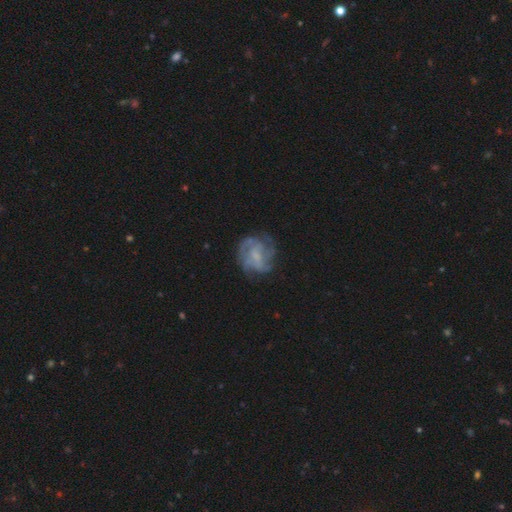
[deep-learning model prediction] Smooth or featured? Predicted: featured or disk (p=0.69). Edge-on disk? Predicted: no (p=0.98). Bar? Predicted: no (p=0.50). Spiral arms? Predicted: yes (p=0.79). Spiral winding? Predicted: tight (p=0.43). Spiral arm count? Predicted: can't tell (p=0.40). Bulge size? Predicted: small (p=0.37). Merging? Predicted: none (p=0.66).